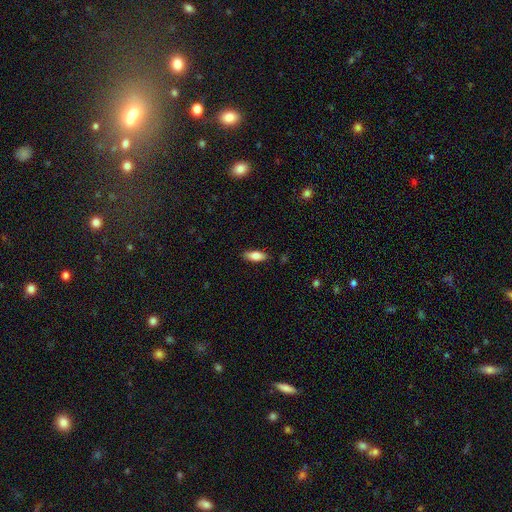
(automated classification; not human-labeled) Smooth or featured?
  - smooth: 79% *
  - featured or disk: 15%
  - star or artifact: 6%
How rounded?
  - in between: 75% *
  - cigar-shaped: 23%
  - round: 2%
Merging?
  - none: 86% *
  - minor disturbance: 11%
  - major disturbance: 2%
  - merger: 1%